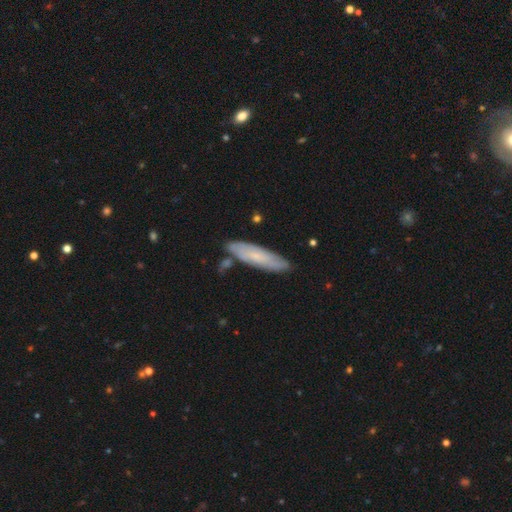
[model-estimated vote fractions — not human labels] The model was most divided on "smooth or featured": smooth: 57%, featured or disk: 37%, star or artifact: 6%. More confident: merging — none (77%); how rounded — cigar-shaped (72%).